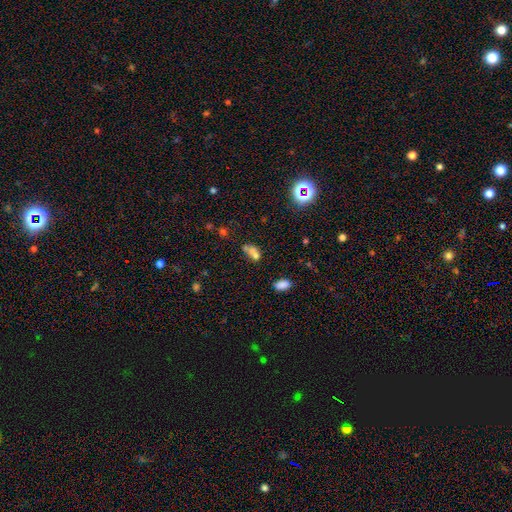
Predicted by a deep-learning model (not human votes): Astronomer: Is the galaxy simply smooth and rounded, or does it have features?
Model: smooth — 61%.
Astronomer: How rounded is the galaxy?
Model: in between — 60% (runner-up: round, 38%).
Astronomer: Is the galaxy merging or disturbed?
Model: merger — 55%.